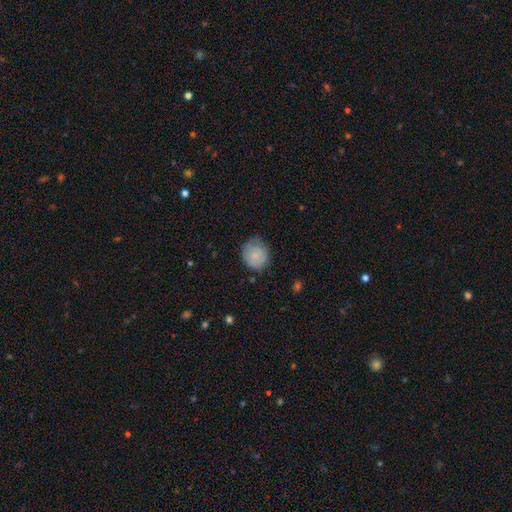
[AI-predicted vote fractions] A smooth galaxy with no disk features (80%) that is round (79%).

Vote fractions:
- Smooth or featured? smooth: 80% / featured or disk: 13% / star or artifact: 7%
- How rounded? round: 79% / in between: 20% / cigar-shaped: 1%
- Merging? none: 66% / minor disturbance: 26% / major disturbance: 6% / merger: 1%